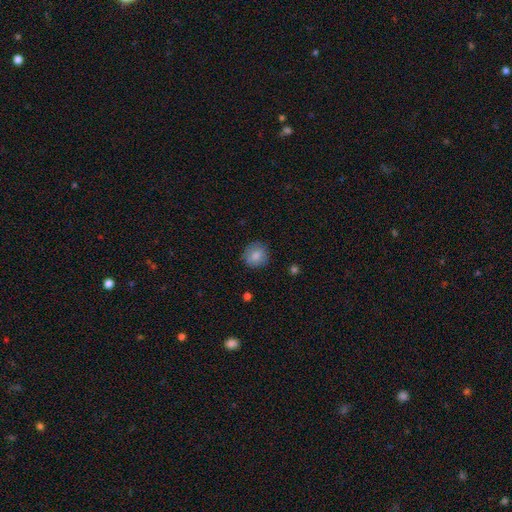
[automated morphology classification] A smooth galaxy with no disk features (82%) that is round (86%).

Vote fractions:
- Smooth or featured? smooth: 82% / featured or disk: 9% / star or artifact: 8%
- How rounded? round: 86% / in between: 13% / cigar-shaped: 1%
- Merging? none: 85% / minor disturbance: 11% / major disturbance: 3% / merger: 1%